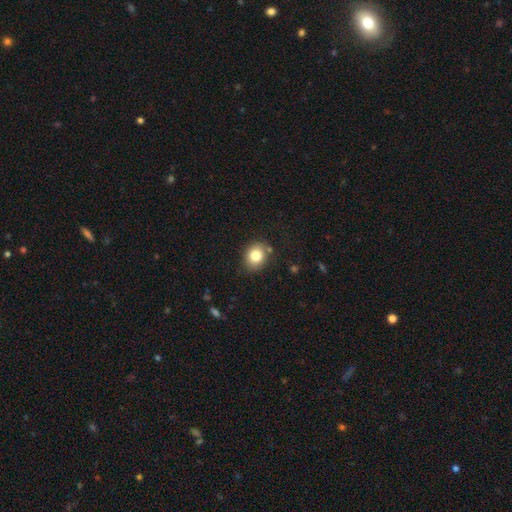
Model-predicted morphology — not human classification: smooth-or-featured: smooth: 81% | star or artifact: 10% | featured or disk: 9%
  how-rounded: round: 62% | in between: 37% | cigar-shaped: 1%
  merging: none: 83% | minor disturbance: 11% | merger: 3% | major disturbance: 3%